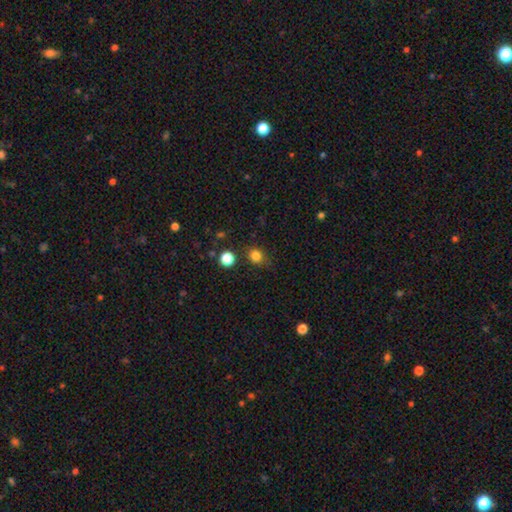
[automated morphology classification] Smooth or featured?
  - smooth: 82% *
  - star or artifact: 14%
  - featured or disk: 5%
How rounded?
  - round: 77% *
  - in between: 22%
  - cigar-shaped: 1%
Merging?
  - none: 78% *
  - minor disturbance: 14%
  - major disturbance: 4%
  - merger: 4%